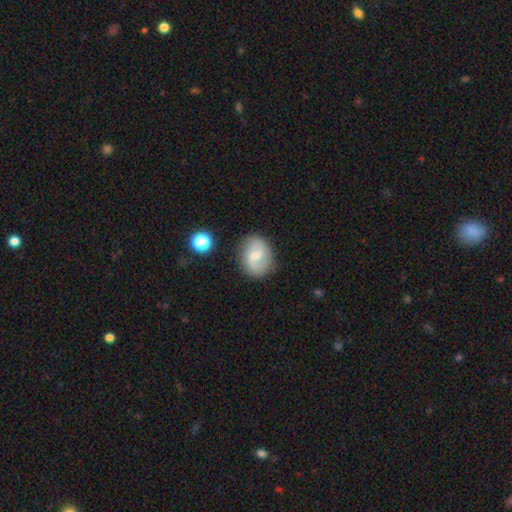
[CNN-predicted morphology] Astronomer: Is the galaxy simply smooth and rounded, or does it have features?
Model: featured or disk — 62%.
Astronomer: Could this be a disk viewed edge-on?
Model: no — 98%.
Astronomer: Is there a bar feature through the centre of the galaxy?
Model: weak — 54% (runner-up: no, 35%).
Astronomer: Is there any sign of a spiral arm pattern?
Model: yes — 90%.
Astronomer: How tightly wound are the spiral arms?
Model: loose — 44% (runner-up: medium, 42%).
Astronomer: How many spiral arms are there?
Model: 2 — 88%.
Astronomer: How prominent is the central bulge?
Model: small — 52% (runner-up: moderate, 37%).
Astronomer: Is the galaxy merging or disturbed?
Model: none — 82%.